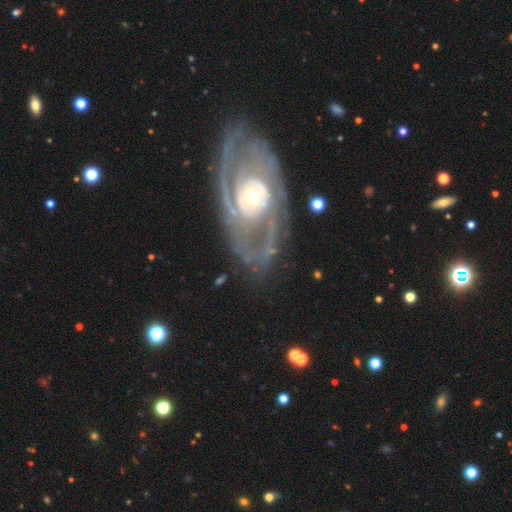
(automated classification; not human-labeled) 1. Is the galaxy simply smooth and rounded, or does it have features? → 87% featured or disk, 8% smooth, 5% star or artifact.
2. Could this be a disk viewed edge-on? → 95% no, 5% yes.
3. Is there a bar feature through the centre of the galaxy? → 69% no, 20% weak, 11% strong.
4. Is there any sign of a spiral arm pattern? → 86% yes, 14% no.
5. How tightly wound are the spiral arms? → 59% tight, 31% medium, 11% loose.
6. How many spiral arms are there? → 49% 2, 22% can't tell, 12% 3, 6% 1, 5% 4, 5% more than 4.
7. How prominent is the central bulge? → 62% moderate, 24% small, 11% large, 2% dominant, 1% none.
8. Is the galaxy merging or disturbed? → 72% none, 15% minor disturbance, 11% major disturbance, 2% merger.